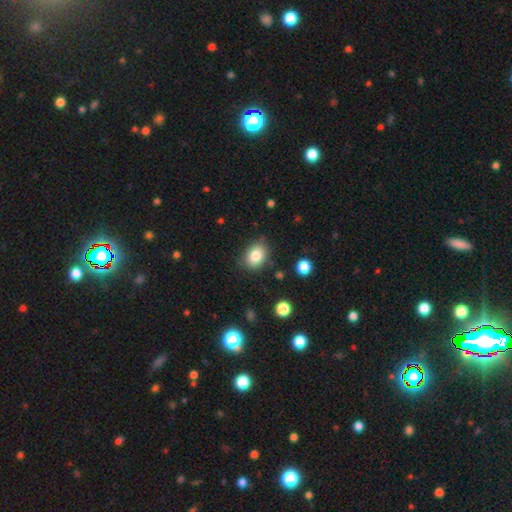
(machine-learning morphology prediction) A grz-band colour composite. It shows a smooth galaxy with no disk features (83%) that is in between round and cigar-shaped (58%). Merging: none (80%).